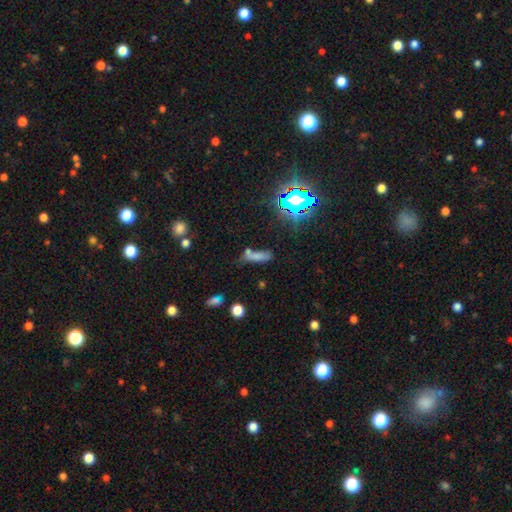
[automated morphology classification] smooth-or-featured: smooth: 68% | star or artifact: 19% | featured or disk: 14%
  how-rounded: cigar-shaped: 51% | in between: 45% | round: 5%
  merging: none: 44% | merger: 25% | minor disturbance: 20% | major disturbance: 11%